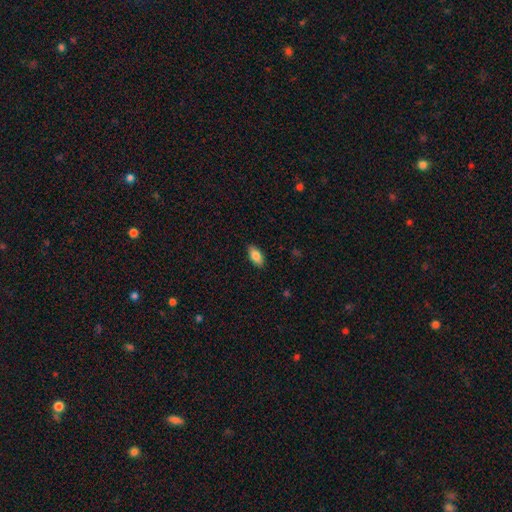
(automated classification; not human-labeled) Smooth or featured? Predicted: smooth (p=0.83). How rounded? Predicted: in between (p=0.89). Merging? Predicted: none (p=0.88).